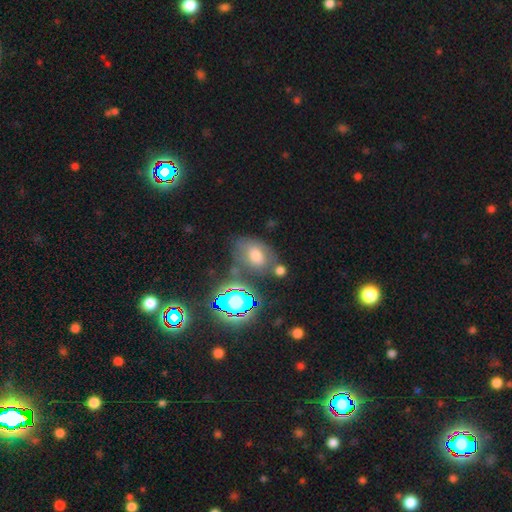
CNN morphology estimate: smooth_or_featured: smooth (p=0.55) [alt: star or artifact p=0.24]
how_rounded: in between (p=0.78) [alt: round p=0.21]
merging: none (p=0.58) [alt: minor disturbance p=0.20]